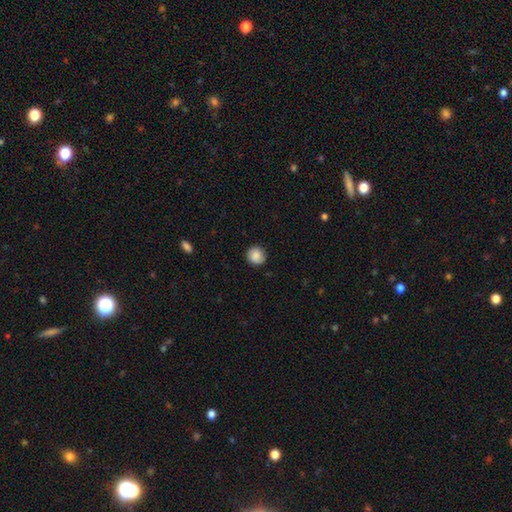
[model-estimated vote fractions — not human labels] The model was most divided on "smooth or featured": smooth: 83%, featured or disk: 8%, star or artifact: 8%. More confident: how rounded — round (90%); merging — none (87%).